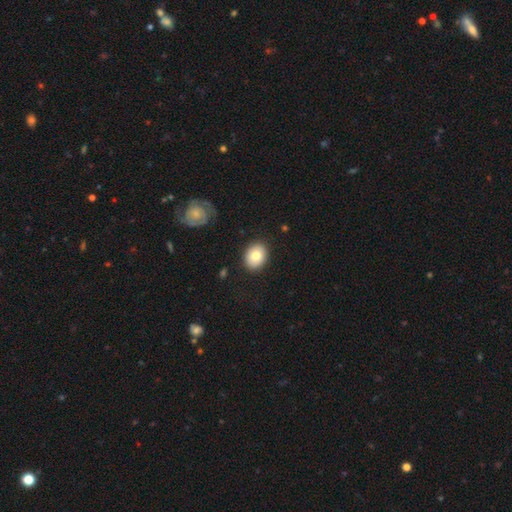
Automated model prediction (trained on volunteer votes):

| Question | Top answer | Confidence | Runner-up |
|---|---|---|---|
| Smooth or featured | smooth | 79% | featured or disk (14%) |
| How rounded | in between | 53% | round (46%) |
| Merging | none | 88% | minor disturbance (8%) |